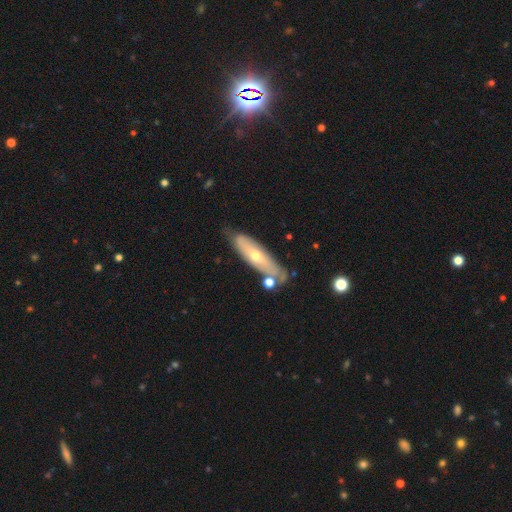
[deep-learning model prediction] Smooth or featured? Predicted: featured or disk (p=0.50). Edge-on disk? Predicted: no (p=0.54). Merging? Predicted: none (p=0.66).